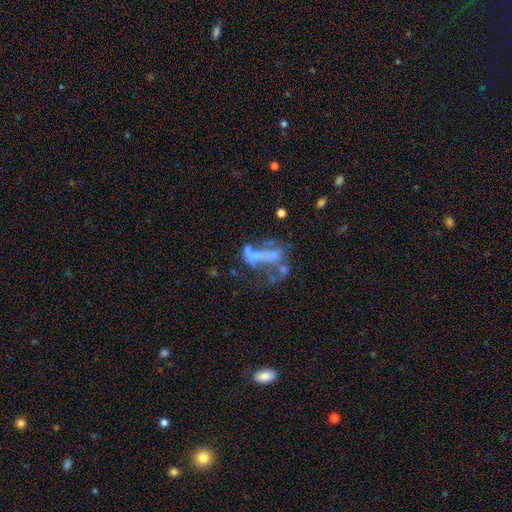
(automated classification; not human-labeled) This appears to be a featured or disk galaxy (58%) with no bar (77%), no spiral arms (79%) and no central bulge (38%). Merging: merger (39%).